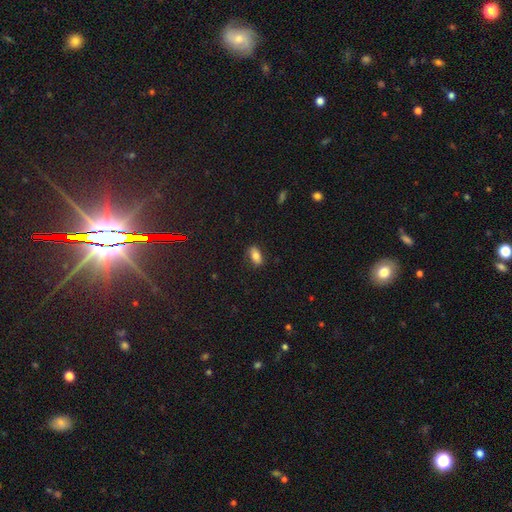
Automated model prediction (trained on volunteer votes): This is likely a smooth galaxy (77%). How rounded: clearly in between (85%). Merging: clearly none (81%).